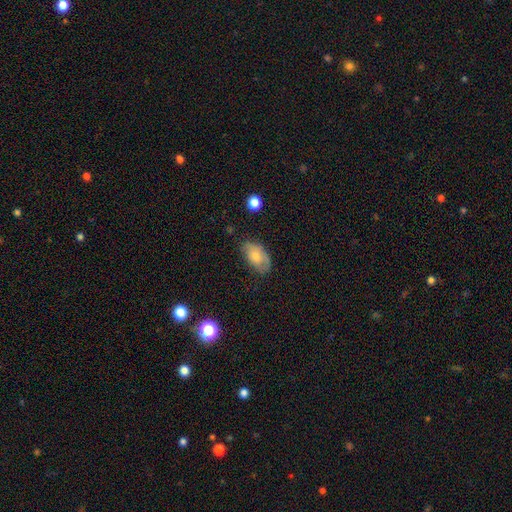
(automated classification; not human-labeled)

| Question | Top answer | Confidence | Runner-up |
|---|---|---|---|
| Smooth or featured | smooth | 65% | featured or disk (26%) |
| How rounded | in between | 91% | round (7%) |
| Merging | none | 67% | minor disturbance (26%) |